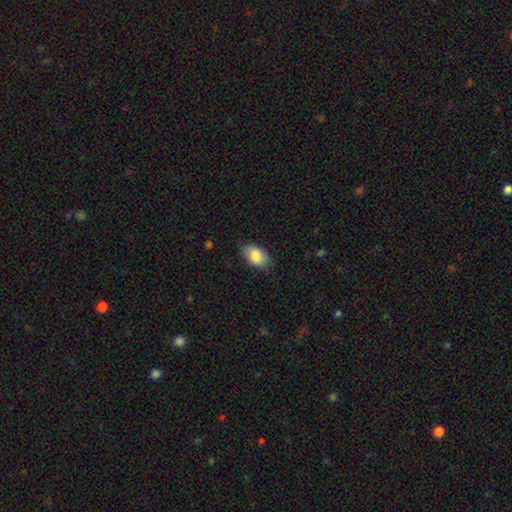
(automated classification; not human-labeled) Smooth or featured? smooth (85%)
How rounded? in between (92%)
Merging? none (81%)